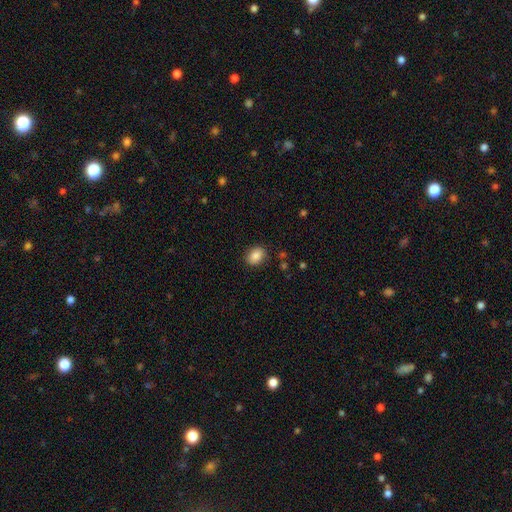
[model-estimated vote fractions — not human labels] A smooth galaxy with no disk features (86%) that is in between round and cigar-shaped (64%).

Vote fractions:
- Smooth or featured? smooth: 86% / star or artifact: 8% / featured or disk: 6%
- How rounded? in between: 64% / round: 35% / cigar-shaped: 1%
- Merging? none: 87% / minor disturbance: 9% / major disturbance: 2% / merger: 1%